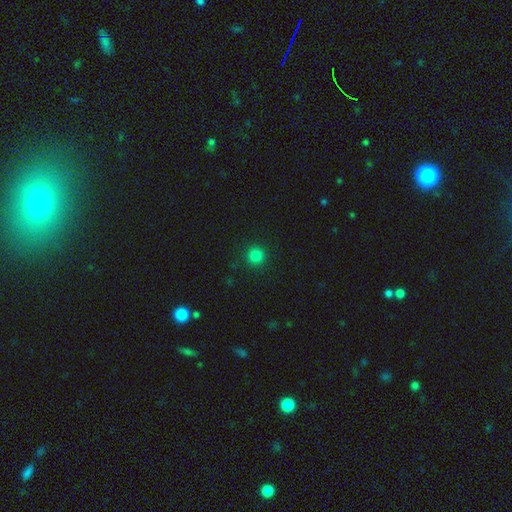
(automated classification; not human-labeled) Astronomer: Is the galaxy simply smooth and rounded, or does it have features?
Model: smooth — 83%.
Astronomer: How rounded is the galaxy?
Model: round — 94%.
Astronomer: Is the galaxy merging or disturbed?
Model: none — 91%.